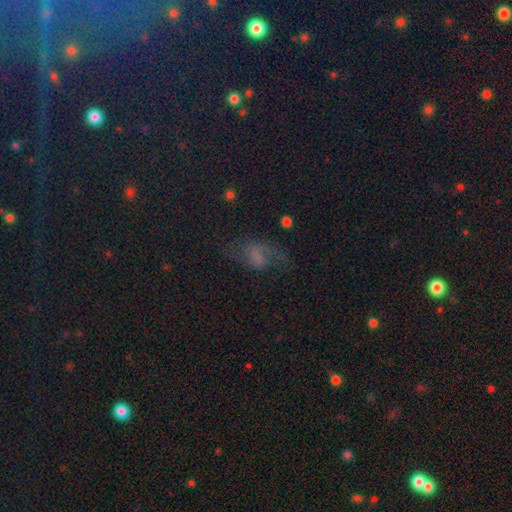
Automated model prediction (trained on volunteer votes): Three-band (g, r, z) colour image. It shows a star or artifact, not a galaxy (49%).